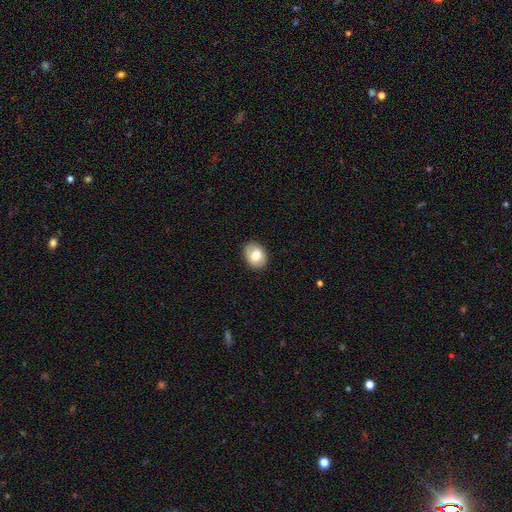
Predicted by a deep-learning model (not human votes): The model was most divided on "how rounded": in between: 62%, round: 37%, cigar-shaped: 1%. More confident: merging — none (85%); smooth or featured — smooth (71%).